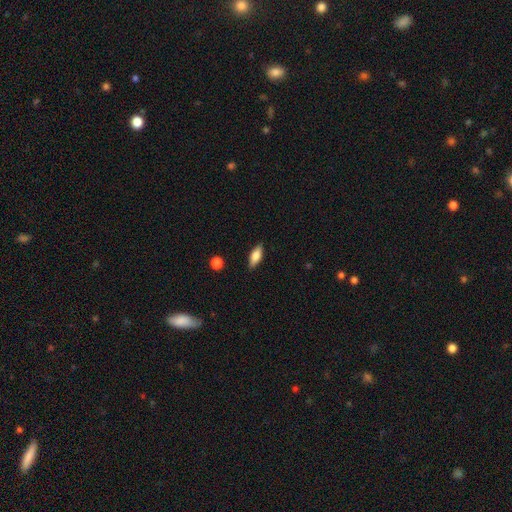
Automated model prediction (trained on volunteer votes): Overall: smooth (75%). How rounded: in between (73%). Merging: none (86%).